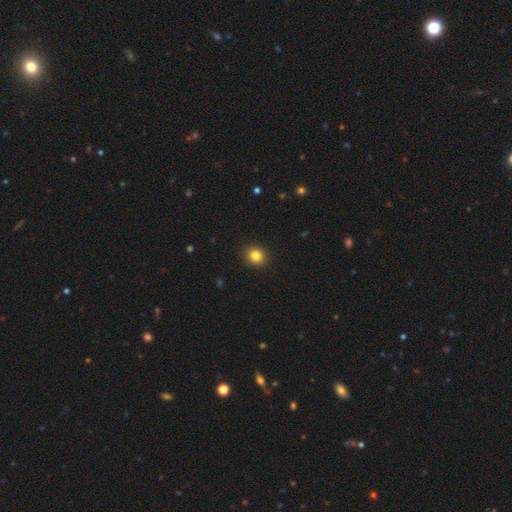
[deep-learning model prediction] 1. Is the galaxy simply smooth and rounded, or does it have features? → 84% smooth, 11% star or artifact, 5% featured or disk.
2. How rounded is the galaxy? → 83% round, 17% in between, 1% cigar-shaped.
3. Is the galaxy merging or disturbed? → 92% none, 6% minor disturbance, 2% major disturbance, 1% merger.